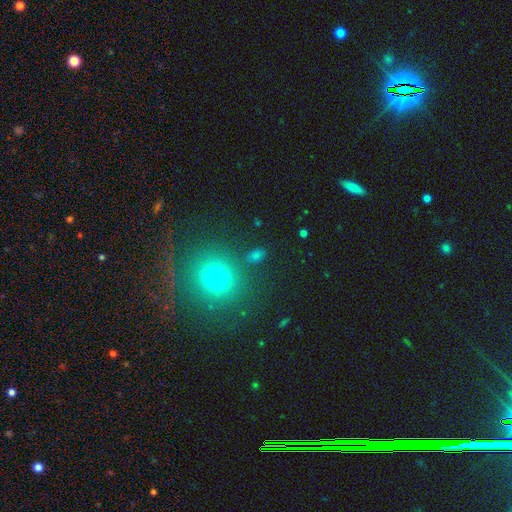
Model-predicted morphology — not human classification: This appears to be a smooth galaxy with no disk features (58%) that is round (86%). Merging: none (79%).